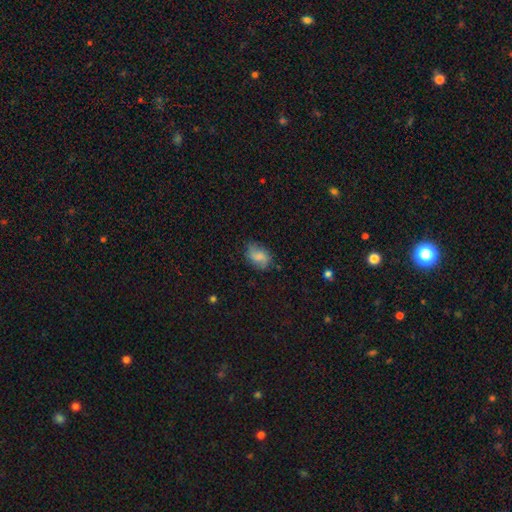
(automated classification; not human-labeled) Smooth or featured?
  - smooth: 68% *
  - featured or disk: 21%
  - star or artifact: 10%
How rounded?
  - in between: 80% *
  - round: 19%
  - cigar-shaped: 2%
Merging?
  - none: 67% *
  - minor disturbance: 25%
  - major disturbance: 6%
  - merger: 2%